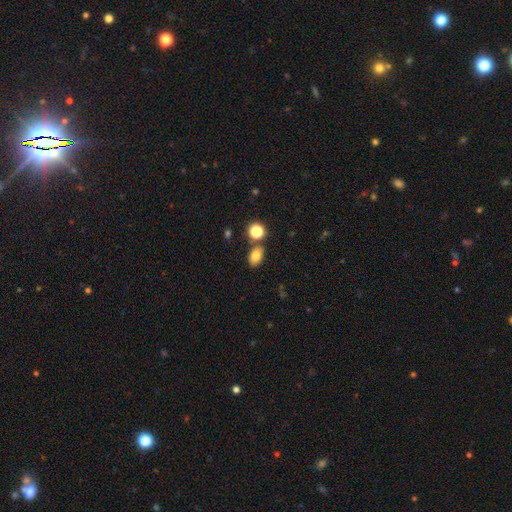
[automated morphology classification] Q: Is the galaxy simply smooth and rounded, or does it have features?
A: smooth — 79%.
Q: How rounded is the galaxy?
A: in between — 81%.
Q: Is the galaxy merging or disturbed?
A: none — 74%.